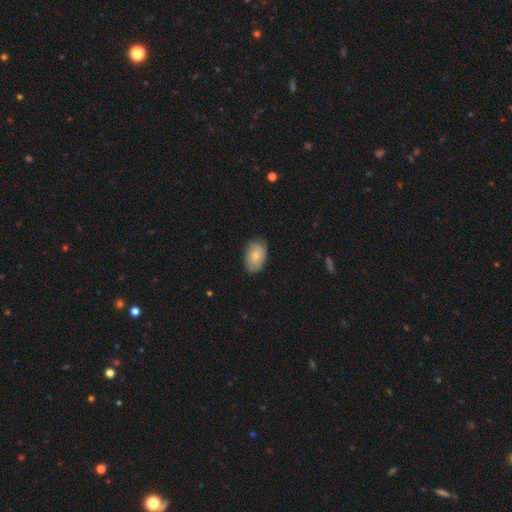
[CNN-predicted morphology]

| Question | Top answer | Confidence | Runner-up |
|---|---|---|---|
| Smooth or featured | smooth | 72% | featured or disk (21%) |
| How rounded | in between | 87% | round (12%) |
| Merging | none | 79% | minor disturbance (17%) |